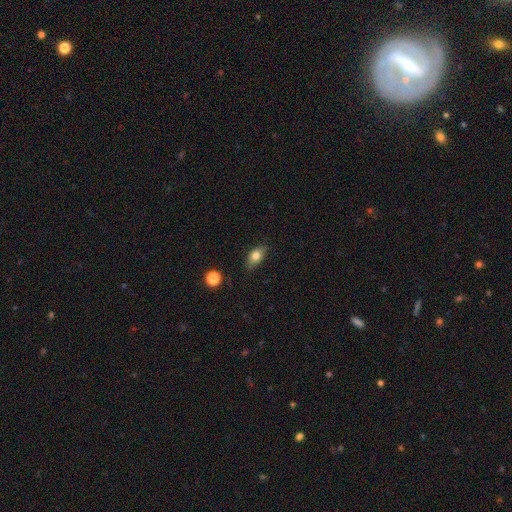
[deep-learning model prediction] This is likely a smooth galaxy (79%). How rounded: clearly in between (82%). Merging: likely none (78%).